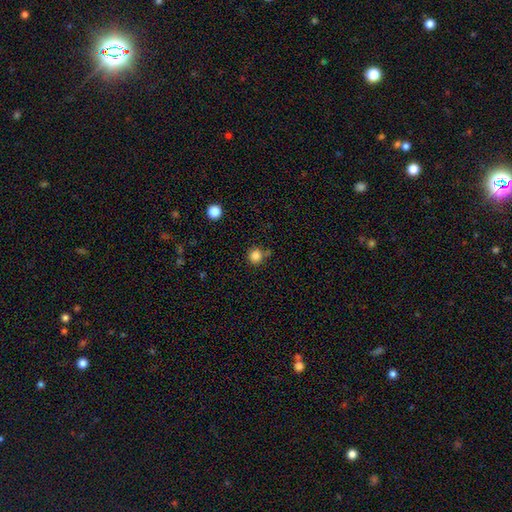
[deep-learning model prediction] Smooth or featured? smooth (85%)
How rounded? round (93%)
Merging? none (76%)